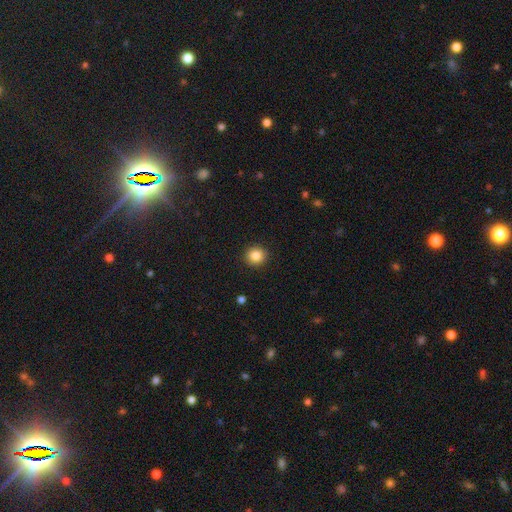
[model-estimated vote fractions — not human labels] Smooth or featured? smooth (85%)
How rounded? round (92%)
Merging? none (92%)